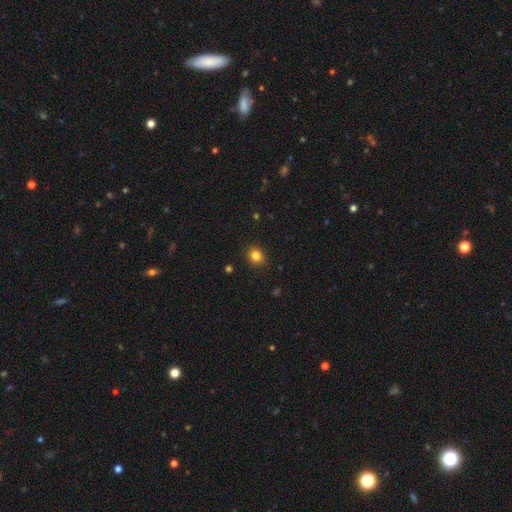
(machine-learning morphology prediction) Smooth or featured: smooth — 83% (star or artifact — 12%)
How rounded: round — 78% (in between — 21%)
Merging: none — 90% (minor disturbance — 7%)